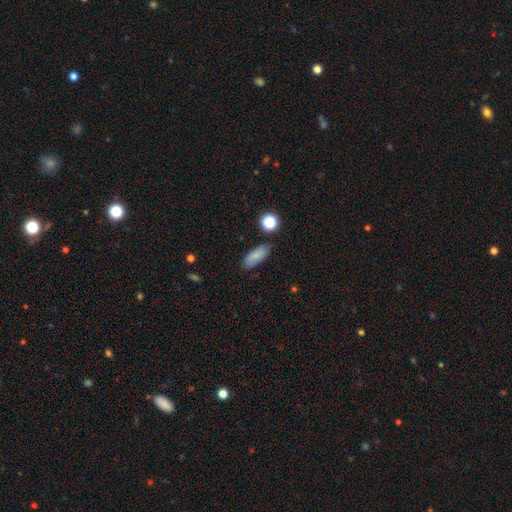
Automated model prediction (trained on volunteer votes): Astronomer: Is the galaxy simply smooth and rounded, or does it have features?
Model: smooth — 82%.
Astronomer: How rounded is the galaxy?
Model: in between — 77%.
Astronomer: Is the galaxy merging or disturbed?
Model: none — 82%.